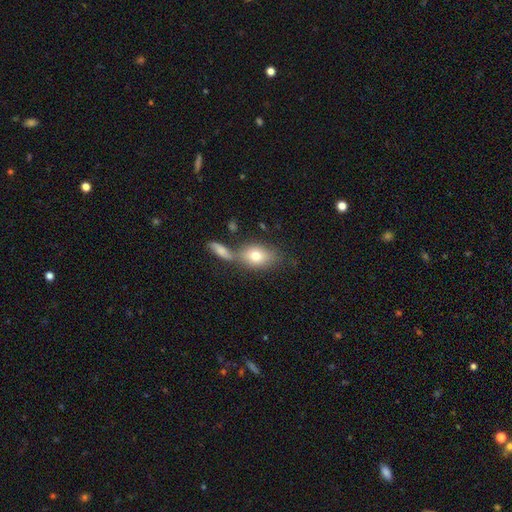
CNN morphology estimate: A smooth galaxy with no disk features (74%) that is in between round and cigar-shaped (80%). Merging: none (48%).